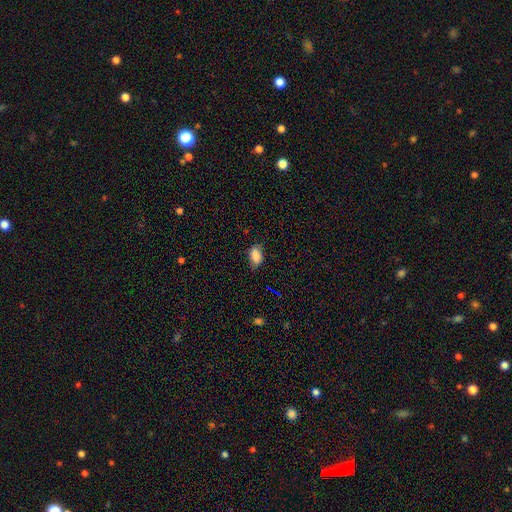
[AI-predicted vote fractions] This is clearly a smooth galaxy (84%). How rounded: clearly in between (90%). Merging: likely none (71%).